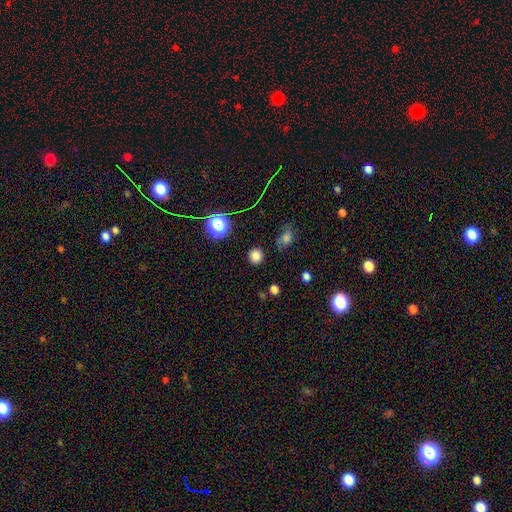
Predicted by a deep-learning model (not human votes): Smooth or featured? smooth (78%)
How rounded? round (90%)
Merging? none (86%)